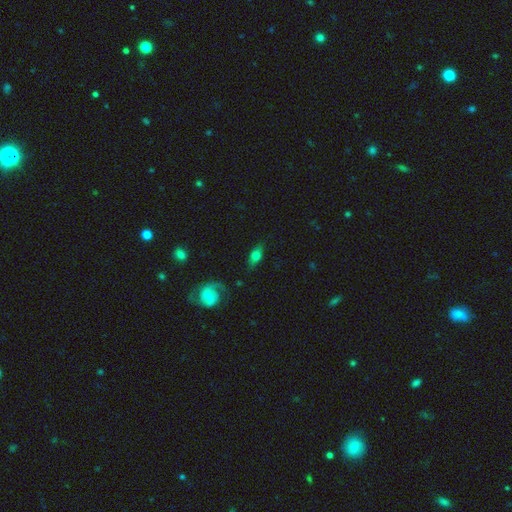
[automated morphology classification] Overall: smooth (53%; featured or disk 39%). How rounded: in between (77%). Merging: none (75%).